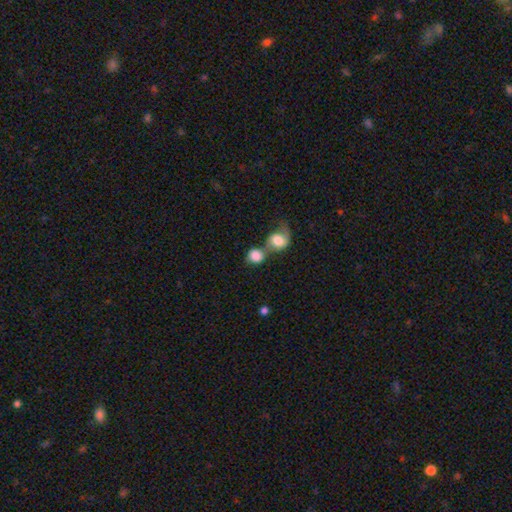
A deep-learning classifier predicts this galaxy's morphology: Overall: smooth (78%). How rounded: round (73%). Merging: merger (63%).